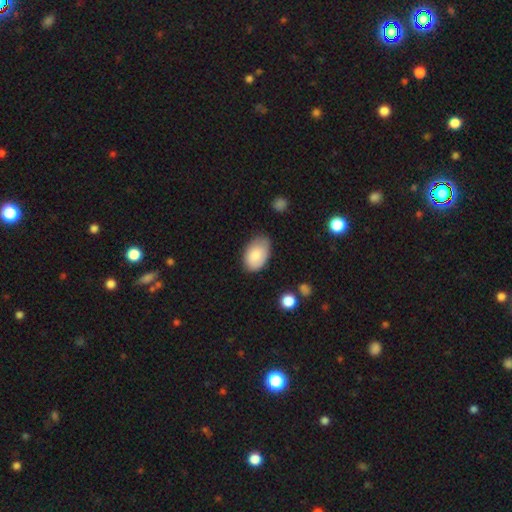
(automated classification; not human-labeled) Smooth or featured? smooth (82%)
How rounded? in between (91%)
Merging? none (67%)